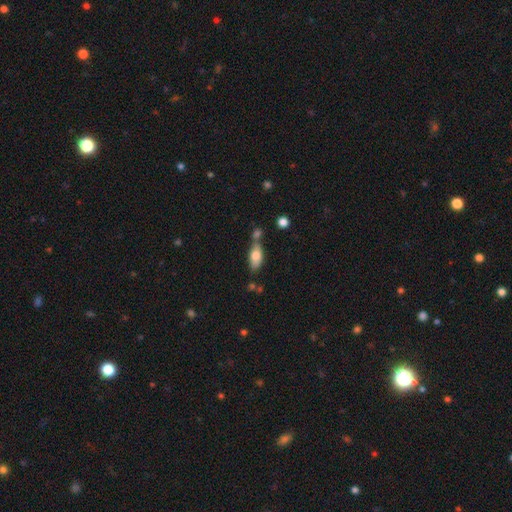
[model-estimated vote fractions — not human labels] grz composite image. It shows a smooth galaxy with no disk features (74%) that is in between round and cigar-shaped (85%). Merging: none (51%).